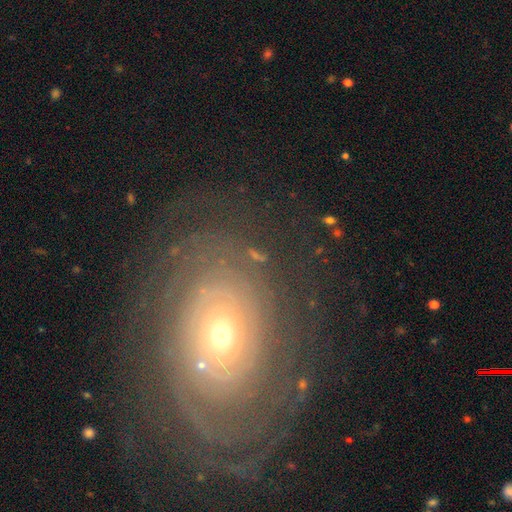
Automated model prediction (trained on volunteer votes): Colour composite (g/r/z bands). It shows a featured or disk galaxy (77%) with no bar (80%), tight (81%) spiral arms (85%) and a small central bulge (61%). Merging: none (74%).